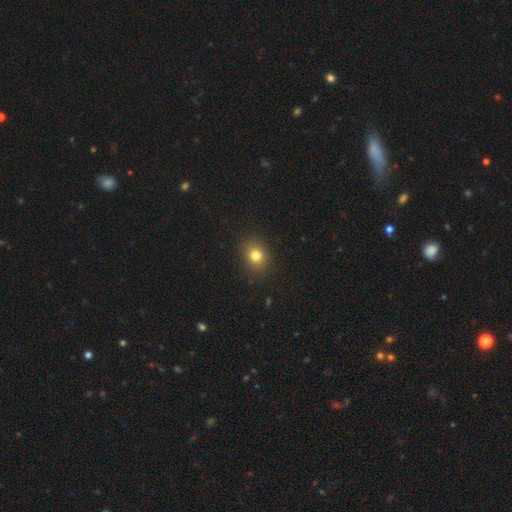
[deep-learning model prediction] Smooth or featured? Predicted: smooth (p=0.79). How rounded? Predicted: round (p=0.58). Merging? Predicted: none (p=0.90).